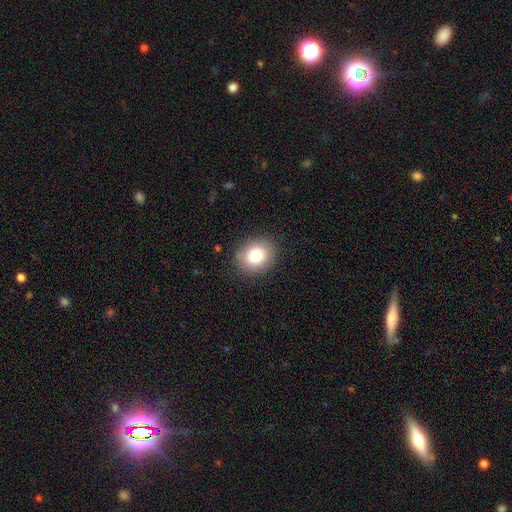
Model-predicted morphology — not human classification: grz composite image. It shows a smooth galaxy with no disk features (82%) that is round (58%). Merging: none (87%).